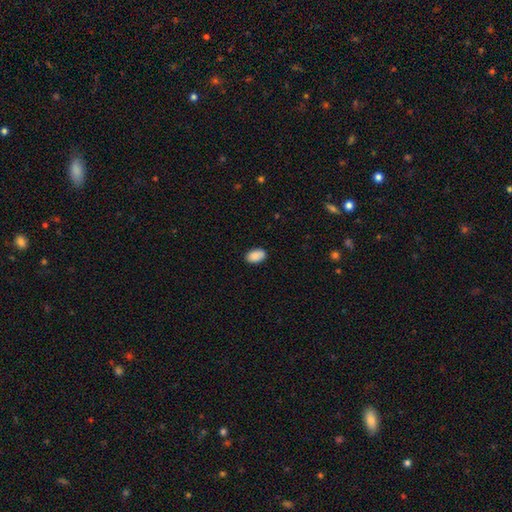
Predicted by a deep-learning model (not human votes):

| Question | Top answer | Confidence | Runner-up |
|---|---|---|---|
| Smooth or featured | smooth | 90% | star or artifact (7%) |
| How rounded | in between | 91% | round (8%) |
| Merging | none | 87% | minor disturbance (10%) |